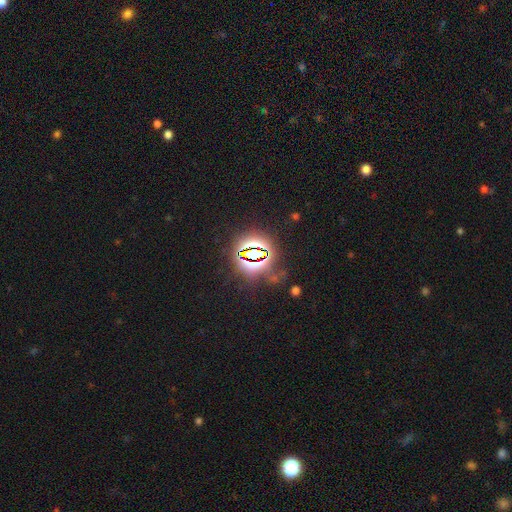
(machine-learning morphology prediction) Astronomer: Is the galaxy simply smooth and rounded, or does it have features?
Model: star or artifact — 77%.